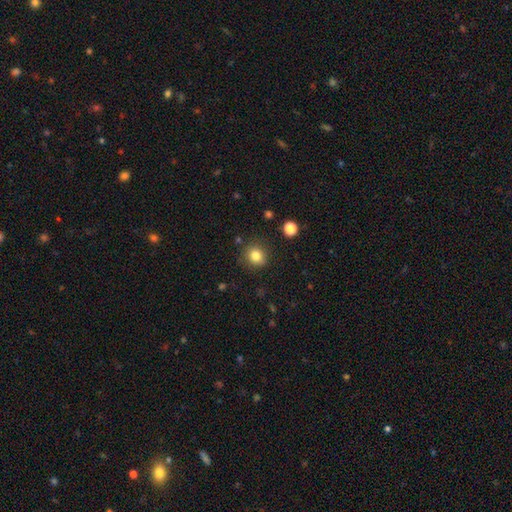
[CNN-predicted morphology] A smooth galaxy with no disk features (82%) that is round (82%). Merging: none (85%).